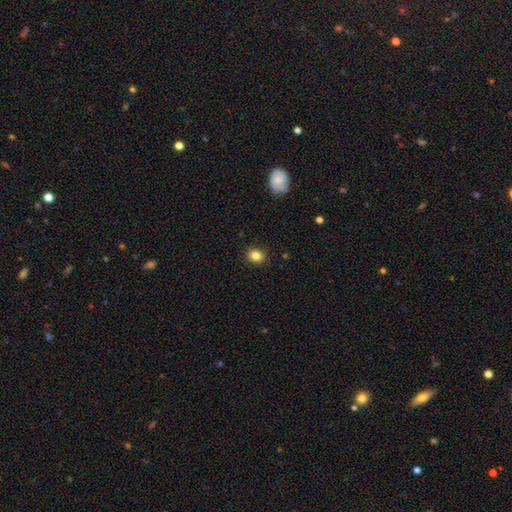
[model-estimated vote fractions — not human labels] Smooth or featured? Predicted: smooth (p=0.84). How rounded? Predicted: round (p=0.65). Merging? Predicted: none (p=0.90).